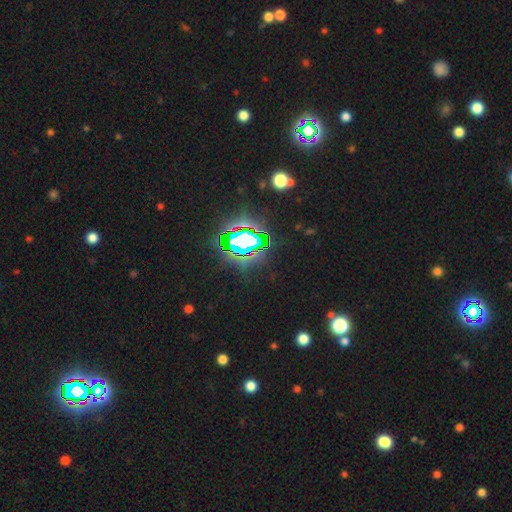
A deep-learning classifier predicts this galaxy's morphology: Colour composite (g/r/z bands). It shows a star or artifact, not a galaxy (83%).